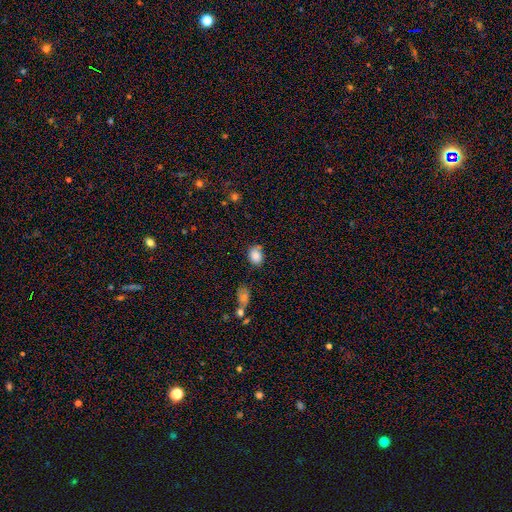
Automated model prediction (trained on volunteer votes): Smooth or featured? smooth (85%)
How rounded? in between (64%)
Merging? none (63%)